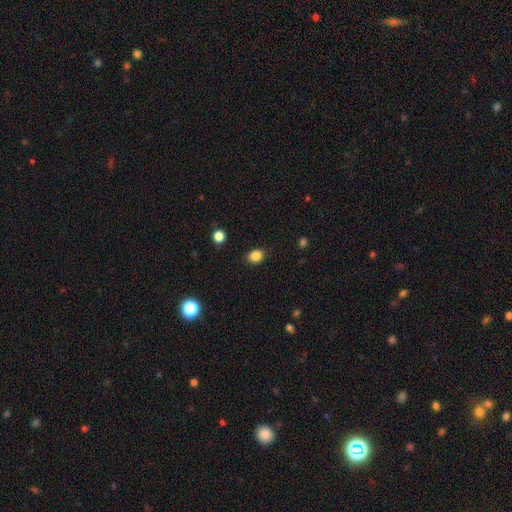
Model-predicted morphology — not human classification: Overall: smooth (85%). How rounded: in between (53%; round 46%). Merging: none (88%).